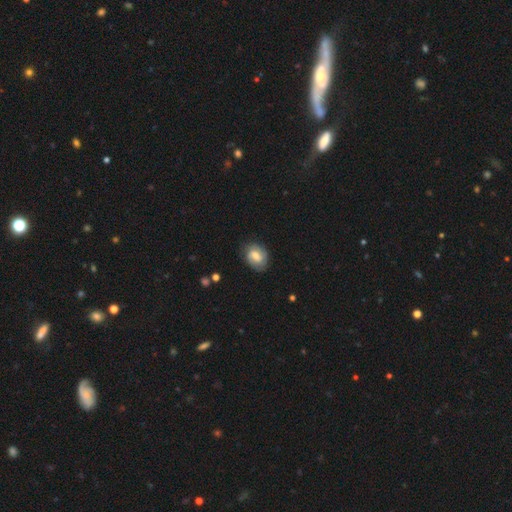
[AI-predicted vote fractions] This appears to be a featured or disk galaxy (48%). Merging: none (76%).